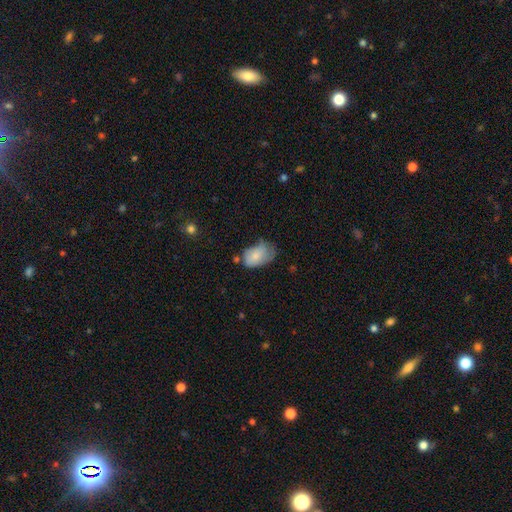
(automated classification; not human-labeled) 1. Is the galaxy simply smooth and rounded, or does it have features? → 77% smooth, 16% featured or disk, 7% star or artifact.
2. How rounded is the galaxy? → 89% in between, 9% round, 1% cigar-shaped.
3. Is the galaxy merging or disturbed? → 42% minor disturbance, 35% none, 18% major disturbance, 5% merger.